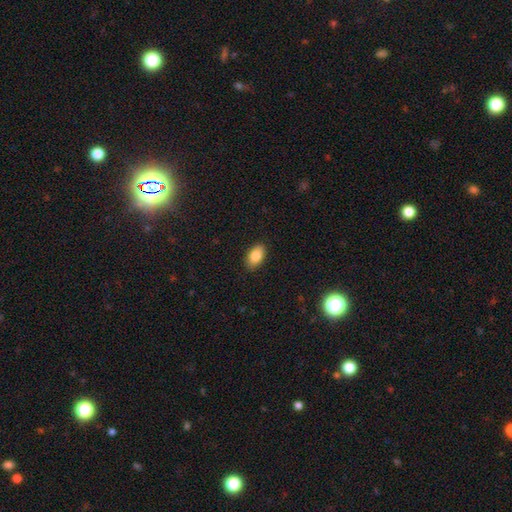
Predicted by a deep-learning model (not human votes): smooth_or_featured: smooth (p=0.86) [alt: star or artifact p=0.07]
how_rounded: in between (p=0.93) [alt: round p=0.05]
merging: none (p=0.87) [alt: minor disturbance p=0.10]